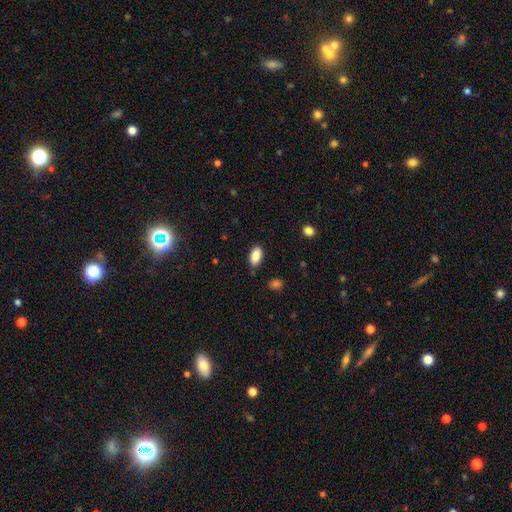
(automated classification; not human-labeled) Smooth or featured? Predicted: smooth (p=0.88). How rounded? Predicted: in between (p=0.92). Merging? Predicted: none (p=0.83).